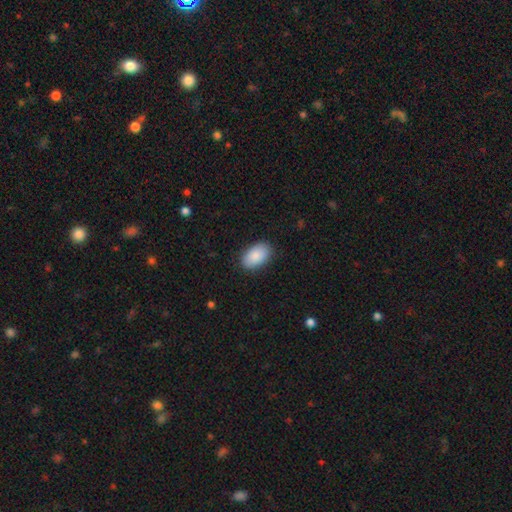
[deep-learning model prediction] This appears to be a smooth galaxy with no disk features (89%) that is in between round and cigar-shaped (94%). Merging: none (87%).